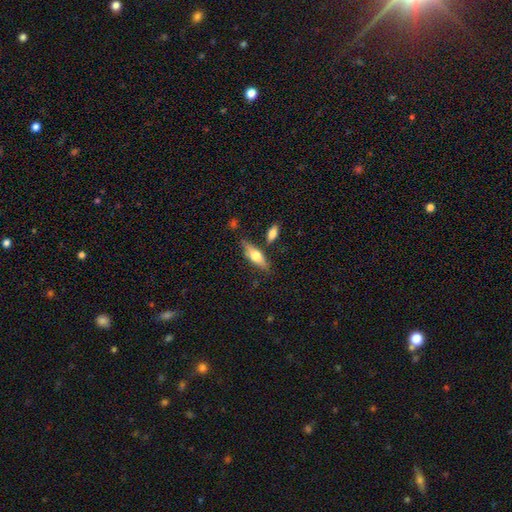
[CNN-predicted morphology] type=smooth (54%); roundness=in between (56%); merging=none (71%).